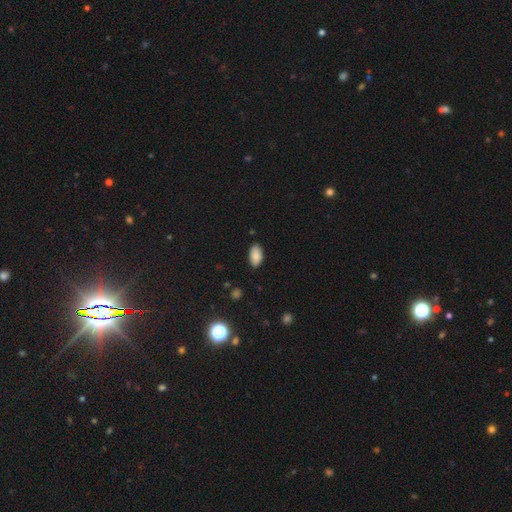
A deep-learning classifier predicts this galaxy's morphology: Q: Smooth or featured?
A: smooth (85%); runner-up: star or artifact (8%)
Q: How rounded?
A: in between (94%); runner-up: round (3%)
Q: Merging?
A: none (83%); runner-up: minor disturbance (13%)